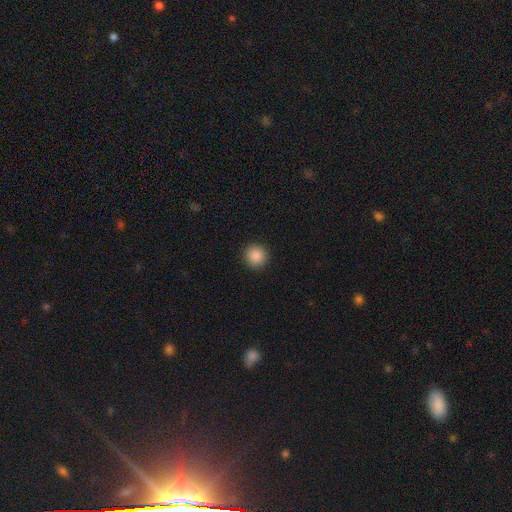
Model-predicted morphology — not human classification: Overall: smooth (88%). How rounded: round (94%). Merging: none (93%).